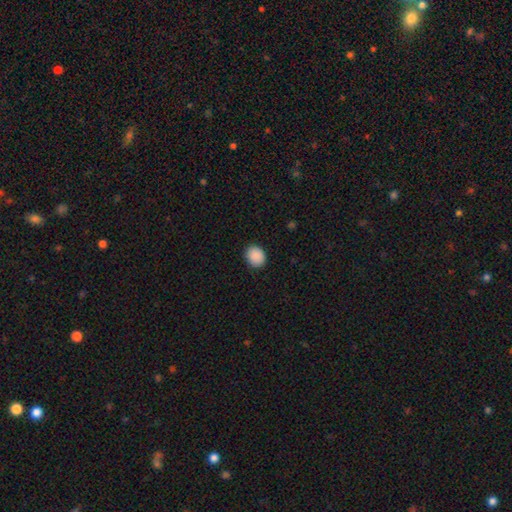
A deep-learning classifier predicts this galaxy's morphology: Smooth or featured? smooth (90%)
How rounded? round (64%)
Merging? none (89%)